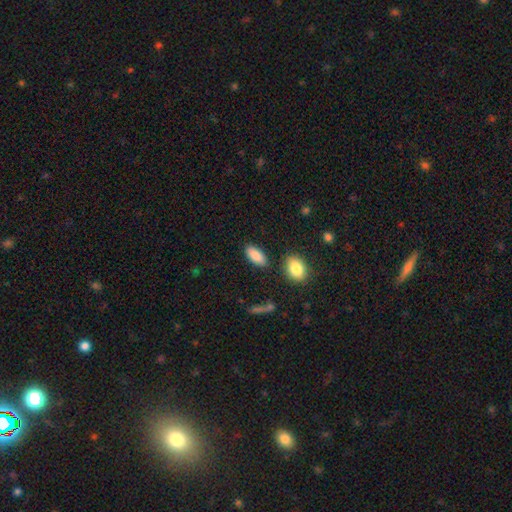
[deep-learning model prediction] Smooth or featured?
  - smooth: 87% *
  - star or artifact: 7%
  - featured or disk: 6%
How rounded?
  - in between: 89% *
  - cigar-shaped: 9%
  - round: 3%
Merging?
  - none: 84% *
  - minor disturbance: 9%
  - merger: 4%
  - major disturbance: 3%